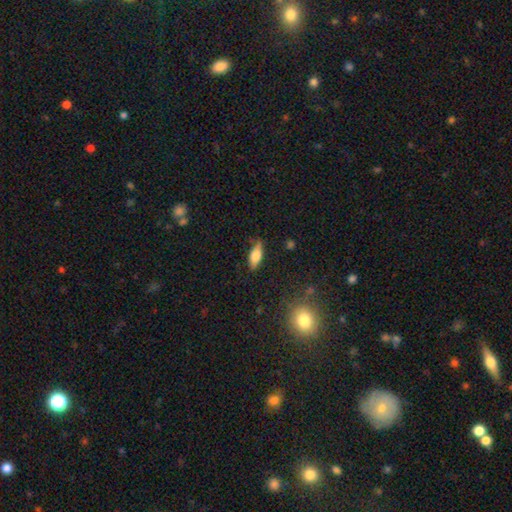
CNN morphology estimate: Smooth or featured?
  - smooth: 67% *
  - featured or disk: 26%
  - star or artifact: 7%
How rounded?
  - in between: 71% *
  - cigar-shaped: 26%
  - round: 3%
Merging?
  - none: 76% *
  - minor disturbance: 18%
  - major disturbance: 4%
  - merger: 2%